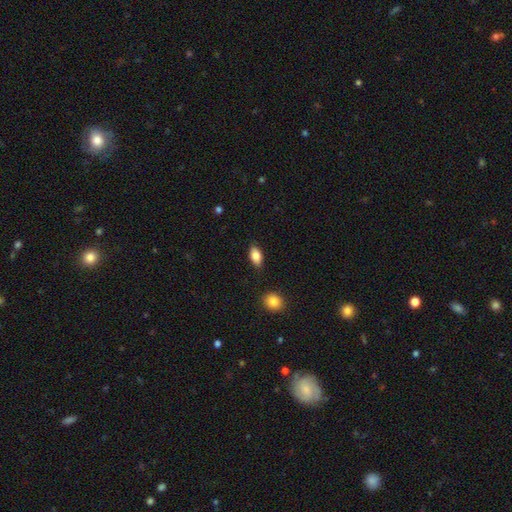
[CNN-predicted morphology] Smooth or featured?
  - smooth: 85% *
  - featured or disk: 8%
  - star or artifact: 7%
How rounded?
  - in between: 91% *
  - round: 5%
  - cigar-shaped: 4%
Merging?
  - none: 85% *
  - minor disturbance: 10%
  - major disturbance: 2%
  - merger: 2%